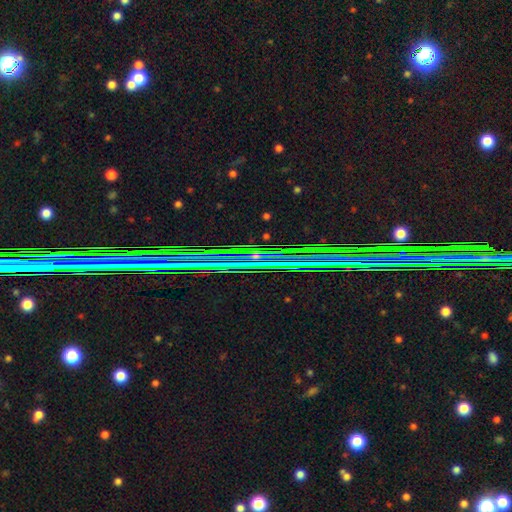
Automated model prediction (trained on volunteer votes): Smooth or featured: star or artifact — 81% (featured or disk — 11%)